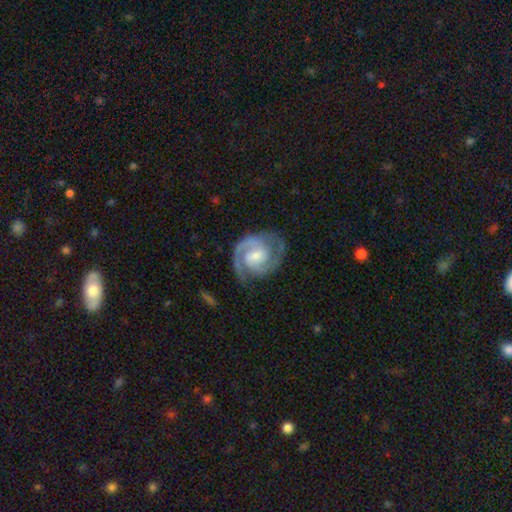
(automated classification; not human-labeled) smooth-or-featured: featured or disk: 91% | smooth: 5% | star or artifact: 4%
  disk-edge-on: no: 98% | yes: 2%
    bar: weak: 46% | no: 38% | strong: 16%
    has-spiral-arms: yes: 98% | no: 2%
      spiral-winding: tight: 55% | medium: 40% | loose: 5%
      spiral-arm-count: 2: 85% | 3: 6% | can't tell: 4% | 1: 2% | 4: 1% | more than 4: 1%
    bulge-size: small: 50% | moderate: 39% | none: 6% | large: 4% | dominant: 1%
  merging: none: 77% | minor disturbance: 16% | major disturbance: 6% | merger: 1%